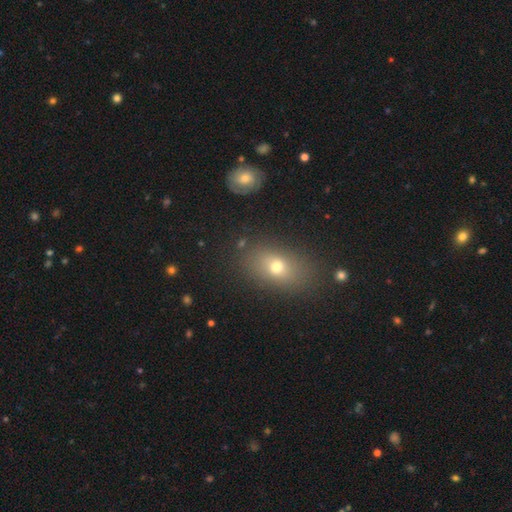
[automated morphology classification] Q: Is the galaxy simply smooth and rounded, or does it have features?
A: smooth — 62%.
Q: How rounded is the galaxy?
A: in between — 76%.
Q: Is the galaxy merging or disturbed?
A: none — 84%.